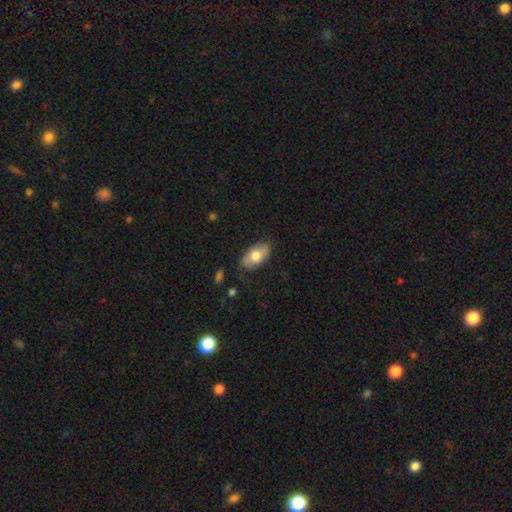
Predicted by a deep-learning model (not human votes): Smooth or featured: smooth — 73% (featured or disk — 21%)
How rounded: in between — 93% (round — 4%)
Merging: none — 80% (minor disturbance — 15%)